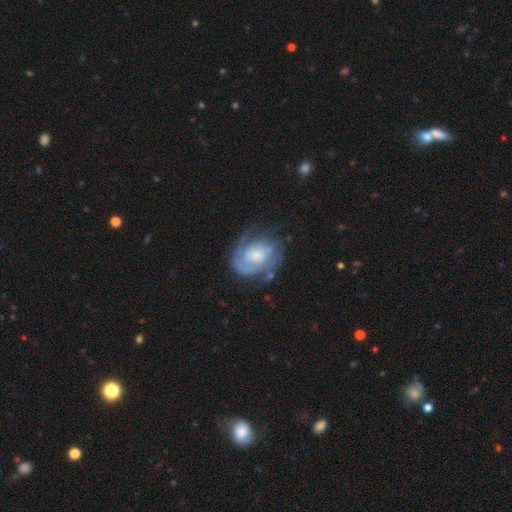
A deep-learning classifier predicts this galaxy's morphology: Smooth or featured? Predicted: featured or disk (p=0.77). Edge-on disk? Predicted: no (p=0.98). Bar? Predicted: no (p=0.70). Spiral arms? Predicted: yes (p=0.88). Spiral winding? Predicted: tight (p=0.55). Spiral arm count? Predicted: 2 (p=0.40). Bulge size? Predicted: small (p=0.46). Merging? Predicted: none (p=0.59).